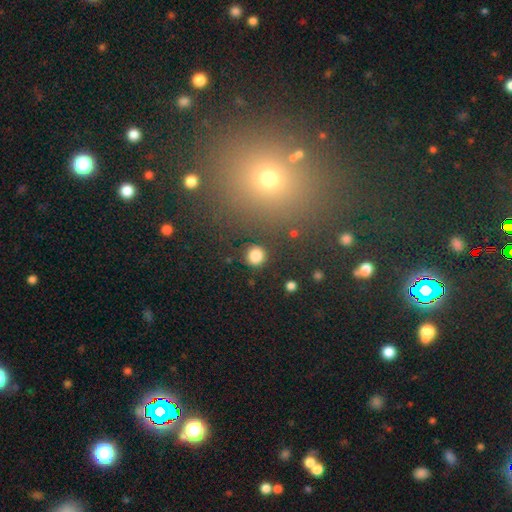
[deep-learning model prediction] smooth 85%, star or artifact 11%, featured or disk 4%. Down the decision tree: how rounded — round (93%); merging — none (89%).